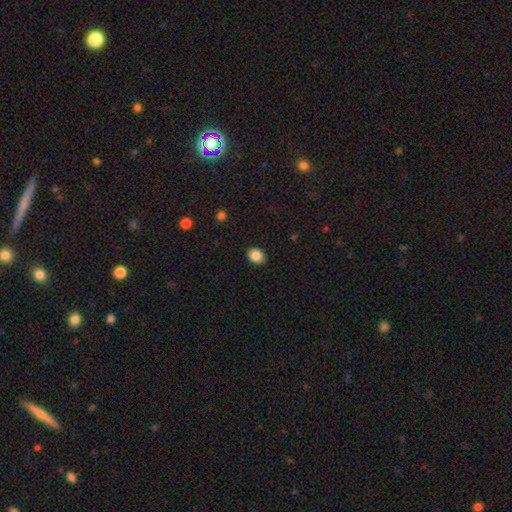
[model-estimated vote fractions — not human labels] Smooth or featured?
  - smooth: 86% *
  - star or artifact: 9%
  - featured or disk: 5%
How rounded?
  - in between: 62% *
  - round: 37%
  - cigar-shaped: 1%
Merging?
  - none: 88% *
  - minor disturbance: 9%
  - major disturbance: 2%
  - merger: 1%